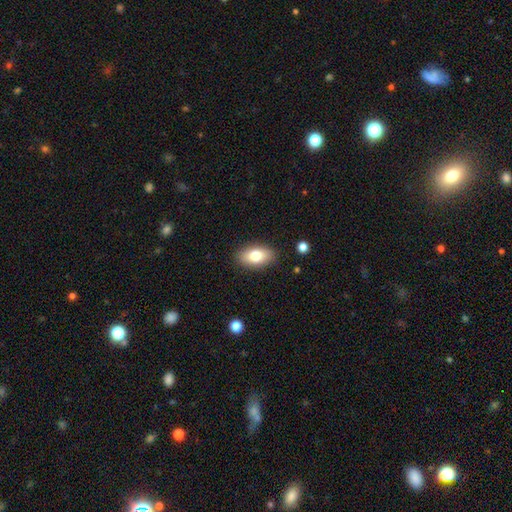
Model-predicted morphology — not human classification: smooth-or-featured: smooth: 78% | featured or disk: 14% | star or artifact: 8%
  how-rounded: in between: 91% | round: 6% | cigar-shaped: 3%
  merging: none: 87% | minor disturbance: 9% | major disturbance: 2% | merger: 1%